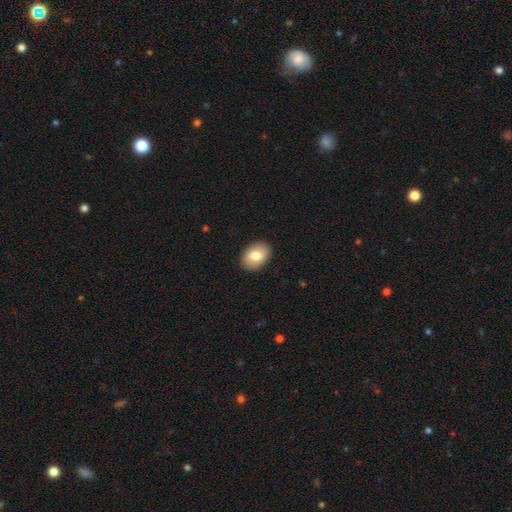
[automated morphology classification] A smooth galaxy with no disk features (79%) that is in between round and cigar-shaped (79%).

Vote fractions:
- Smooth or featured? smooth: 79% / featured or disk: 14% / star or artifact: 7%
- How rounded? in between: 79% / round: 20% / cigar-shaped: 1%
- Merging? none: 90% / minor disturbance: 7% / major disturbance: 2% / merger: 1%